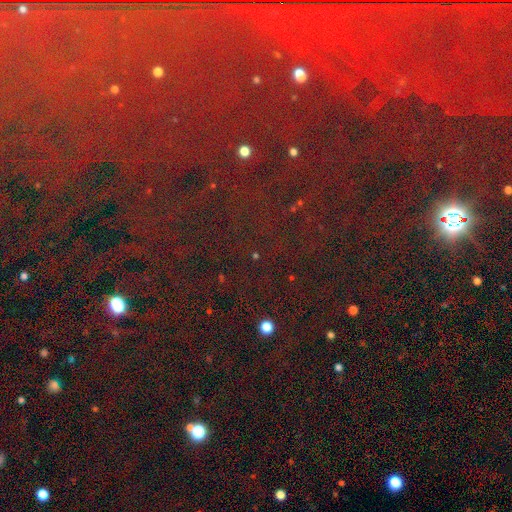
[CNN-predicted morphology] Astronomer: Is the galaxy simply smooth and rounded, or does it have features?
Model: star or artifact — 77%.